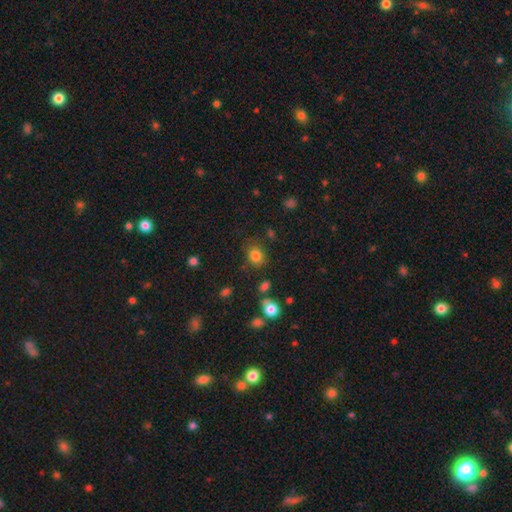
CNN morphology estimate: Smooth or featured? Predicted: smooth (p=0.82). How rounded? Predicted: round (p=0.62). Merging? Predicted: none (p=0.79).